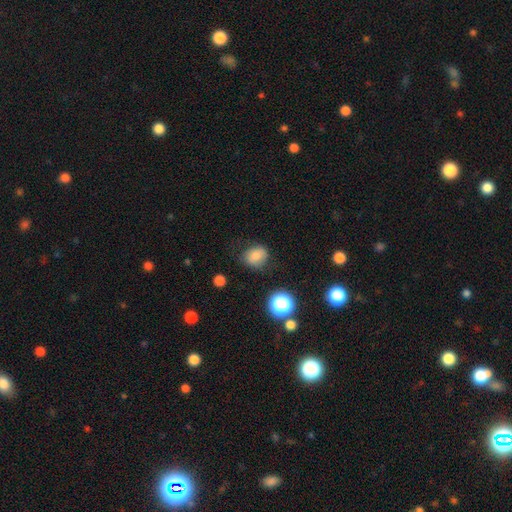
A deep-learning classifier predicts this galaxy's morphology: Smooth or featured? smooth (78%)
How rounded? round (66%)
Merging? none (74%)